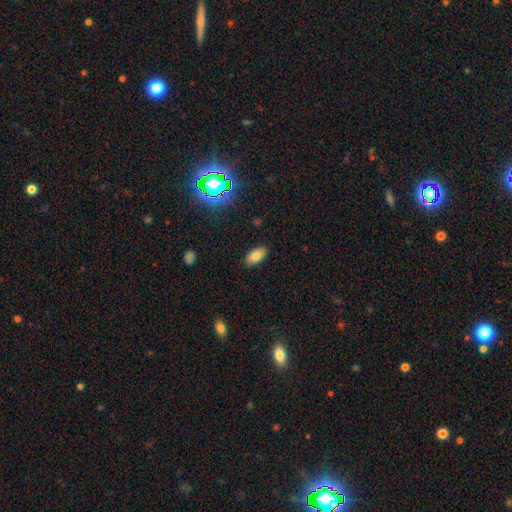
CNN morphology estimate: The model was most divided on "smooth or featured": smooth: 80%, star or artifact: 11%, featured or disk: 8%. More confident: how rounded — in between (93%); merging — none (87%).